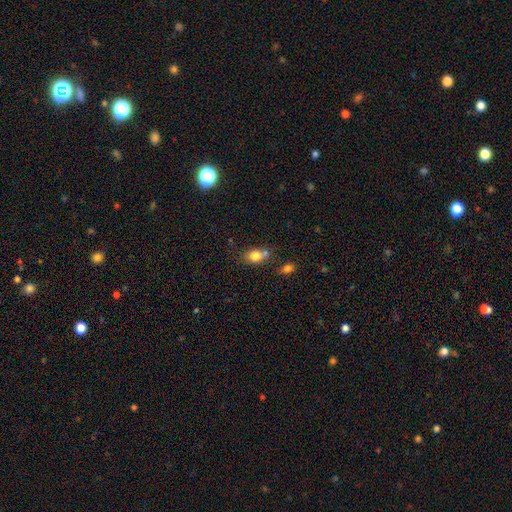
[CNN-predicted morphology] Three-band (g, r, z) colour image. It shows a smooth galaxy with no disk features (79%) that is in between round and cigar-shaped (63%). Merging: none (49%).